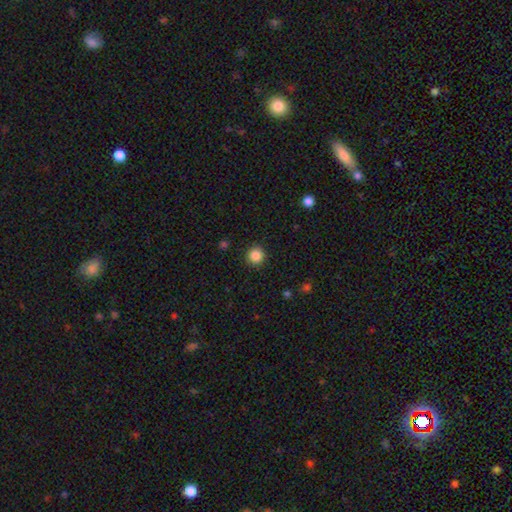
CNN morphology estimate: Smooth or featured: smooth — 86% (star or artifact — 11%)
How rounded: round — 95% (in between — 4%)
Merging: none — 92% (minor disturbance — 5%)